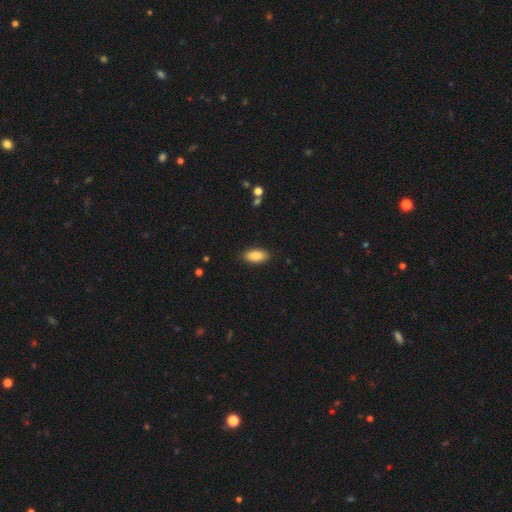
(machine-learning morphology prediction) Overall: smooth (89%). How rounded: in between (90%). Merging: none (88%).